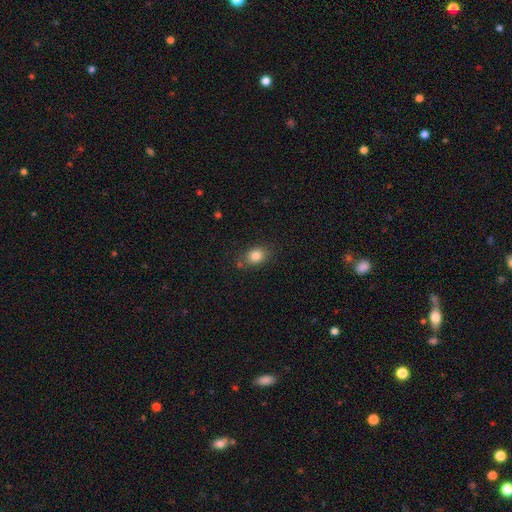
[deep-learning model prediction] This appears to be a smooth galaxy with no disk features (83%) that is in between round and cigar-shaped (55%). Merging: none (74%).